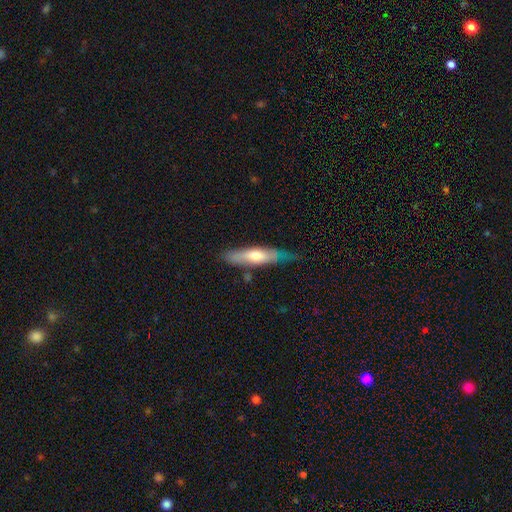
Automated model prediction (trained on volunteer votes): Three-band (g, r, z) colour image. It shows a smooth galaxy with no disk features (57%) that is cigar-shaped (74%). Merging: none (61%).